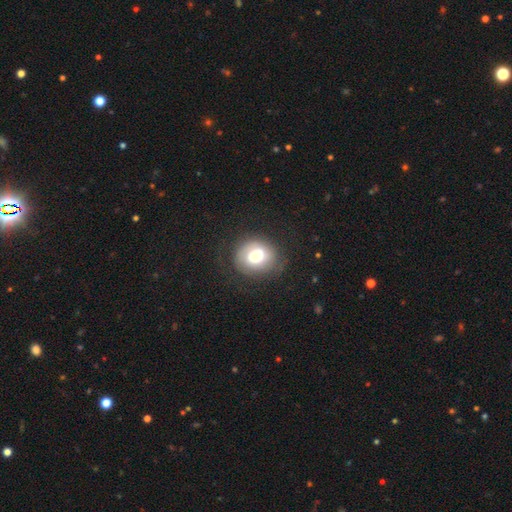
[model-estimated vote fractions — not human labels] Smooth or featured? smooth (61%)
How rounded? round (65%)
Merging? none (70%)